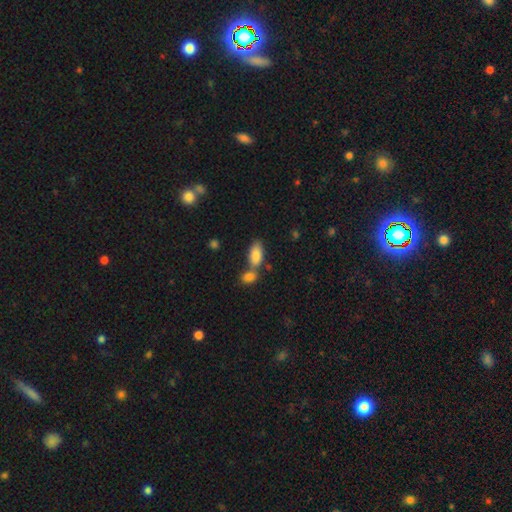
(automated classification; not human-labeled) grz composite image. It shows a smooth galaxy with no disk features (83%) that is in between round and cigar-shaped (89%). Merging: none (46%).